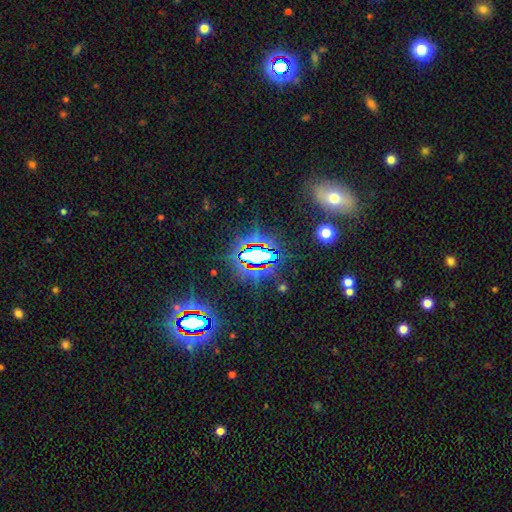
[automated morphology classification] This is likely a star or artifact rather than a galaxy (72%).